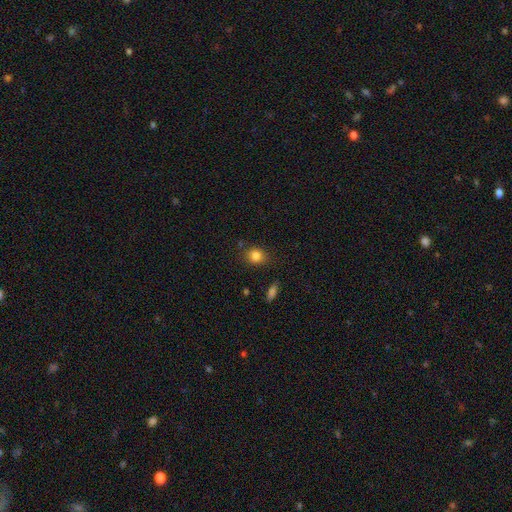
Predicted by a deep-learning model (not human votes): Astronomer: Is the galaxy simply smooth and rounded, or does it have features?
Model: smooth — 83%.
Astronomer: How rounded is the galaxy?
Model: round — 66%.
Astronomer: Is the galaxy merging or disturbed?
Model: none — 80%.